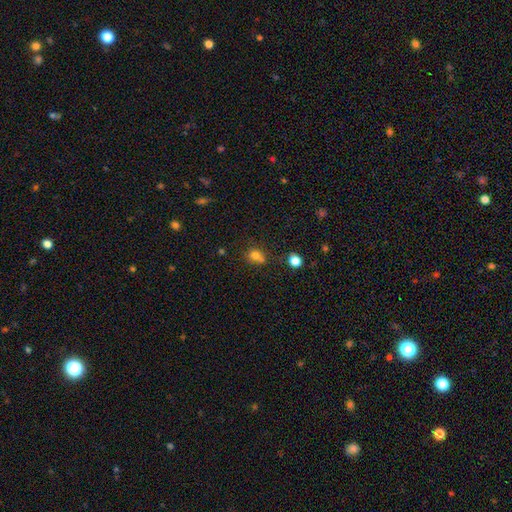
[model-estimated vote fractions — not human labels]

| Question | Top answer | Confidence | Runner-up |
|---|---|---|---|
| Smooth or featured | smooth | 75% | star or artifact (15%) |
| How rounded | round | 75% | in between (24%) |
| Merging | none | 49% | merger (33%) |